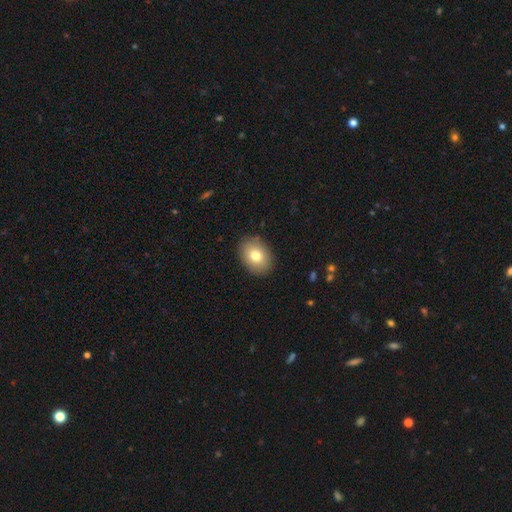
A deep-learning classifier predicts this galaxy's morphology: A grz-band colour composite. It shows a smooth galaxy with no disk features (78%) that is in between round and cigar-shaped (66%). Merging: none (88%).